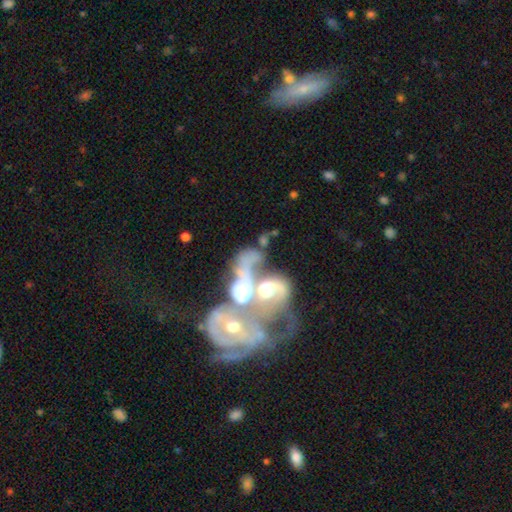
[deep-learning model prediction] Overall: featured or disk (60%; smooth 24%). Edge-on disk: no (96%). Bar: no (79%). Spiral arms: no (57%; yes 43%). Bulge size: moderate (50%; large 16%). Merging: merger (73%).